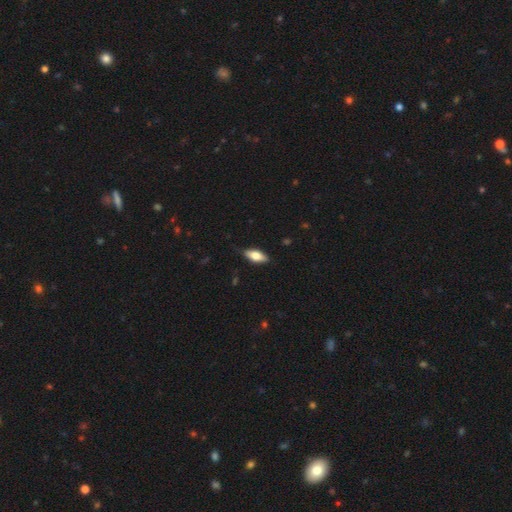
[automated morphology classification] smooth-or-featured: smooth: 67% | featured or disk: 26% | star or artifact: 6%
  how-rounded: in between: 79% | cigar-shaped: 19% | round: 3%
  merging: none: 84% | minor disturbance: 13% | major disturbance: 2% | merger: 1%